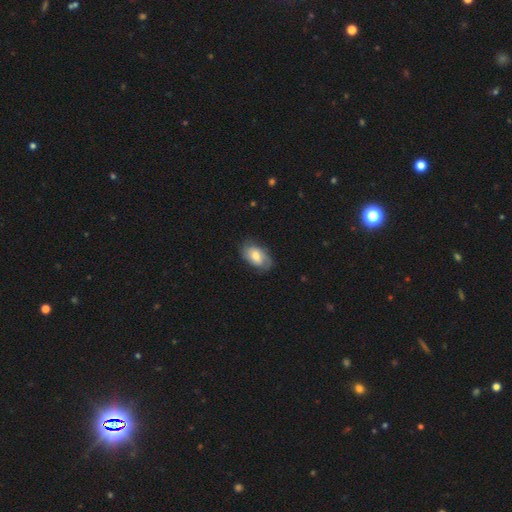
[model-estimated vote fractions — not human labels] This appears to be a smooth galaxy with no disk features (63%) that is in between round and cigar-shaped (90%). Merging: none (72%).